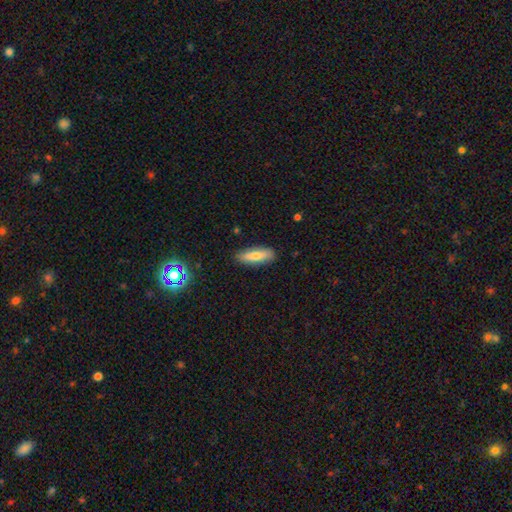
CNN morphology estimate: smooth 72%, featured or disk 21%, star or artifact 7%. Down the decision tree: how rounded — cigar-shaped (52%); merging — none (87%).